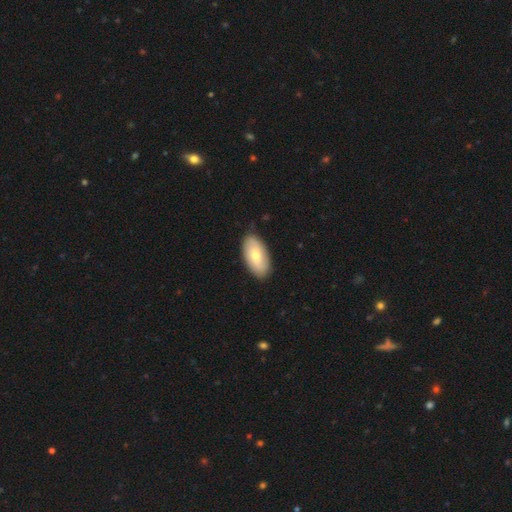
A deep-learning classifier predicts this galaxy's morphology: Q: Smooth or featured?
A: smooth (66%); runner-up: featured or disk (29%)
Q: How rounded?
A: in between (94%); runner-up: cigar-shaped (3%)
Q: Merging?
A: none (86%); runner-up: minor disturbance (11%)